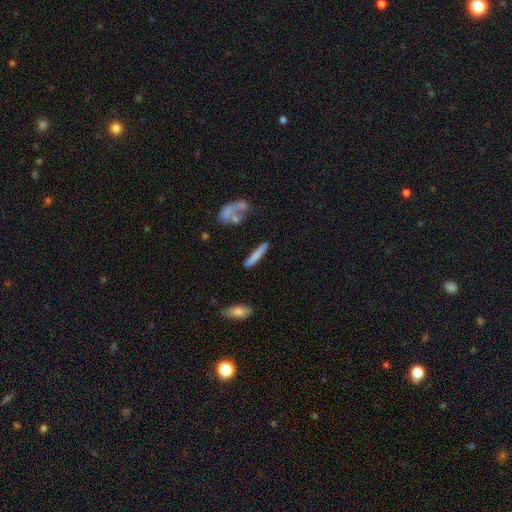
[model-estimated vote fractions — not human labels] This appears to be a smooth galaxy with no disk features (73%) that is cigar-shaped (91%). Merging: none (79%).